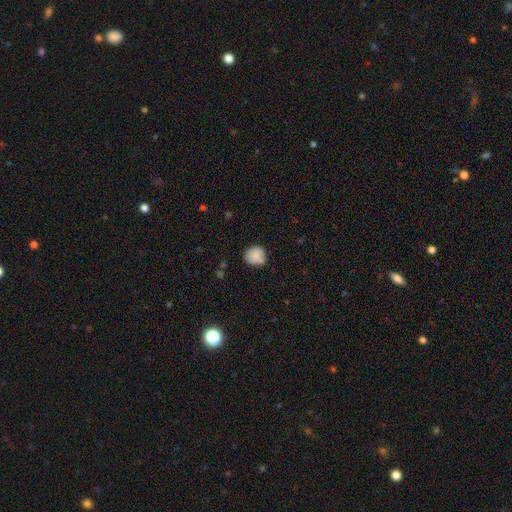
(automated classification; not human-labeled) This appears to be a smooth galaxy with no disk features (84%) that is round (86%). Merging: none (73%).